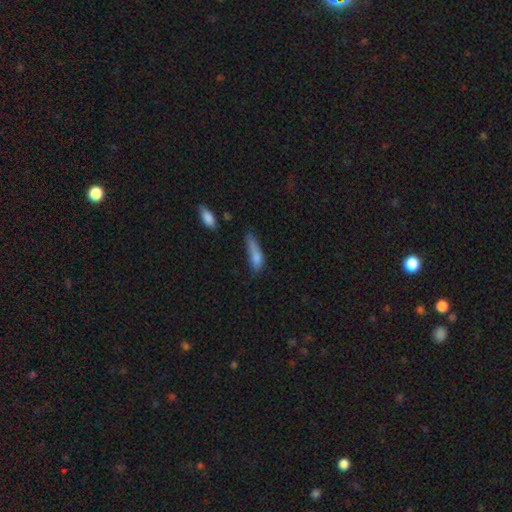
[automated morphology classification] Smooth or featured?
  - smooth: 77% *
  - featured or disk: 14%
  - star or artifact: 9%
How rounded?
  - cigar-shaped: 55% *
  - in between: 41%
  - round: 3%
Merging?
  - minor disturbance: 36% *
  - none: 33%
  - major disturbance: 23%
  - merger: 7%